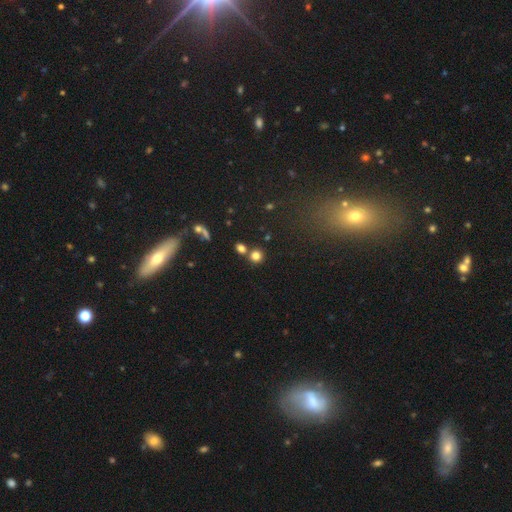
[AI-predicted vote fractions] A smooth galaxy with no disk features (78%) that is round (88%).

Vote fractions:
- Smooth or featured? smooth: 78% / star or artifact: 15% / featured or disk: 7%
- How rounded? round: 88% / in between: 11% / cigar-shaped: 1%
- Merging? none: 69% / merger: 21% / minor disturbance: 7% / major disturbance: 3%